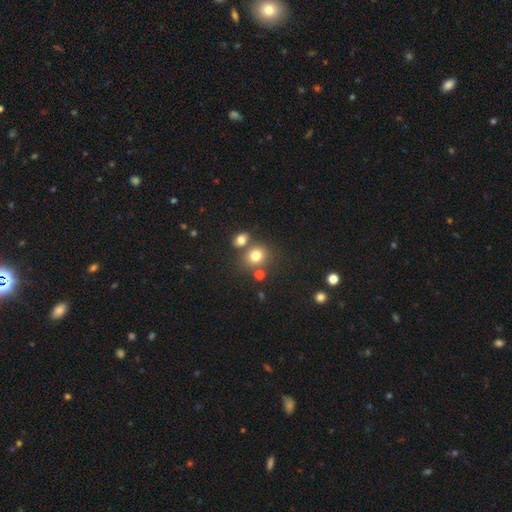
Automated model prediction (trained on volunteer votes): The model was most divided on "merging": none: 64%, merger: 23%, minor disturbance: 10%, major disturbance: 4%. More confident: smooth or featured — smooth (78%); how rounded — round (74%).